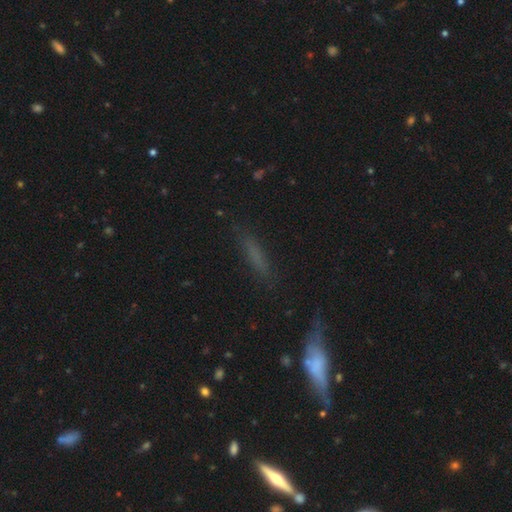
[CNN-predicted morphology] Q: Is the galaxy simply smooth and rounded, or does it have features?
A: smooth — 57%.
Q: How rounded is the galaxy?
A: cigar-shaped — 77%.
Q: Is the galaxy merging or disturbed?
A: none — 69%.